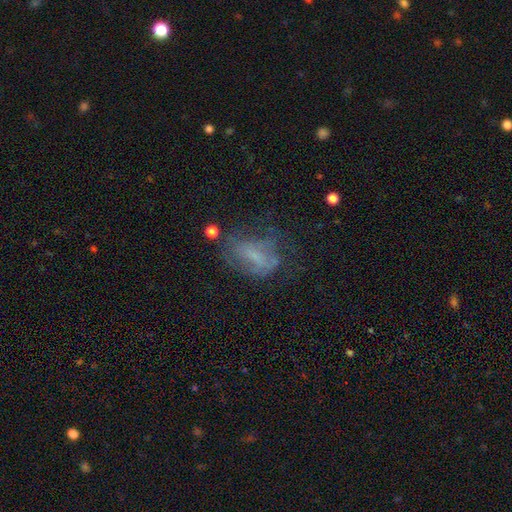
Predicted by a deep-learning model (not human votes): Q: Smooth or featured?
A: featured or disk (44%); runner-up: smooth (40%)
Q: Merging?
A: none (41%); runner-up: major disturbance (31%)